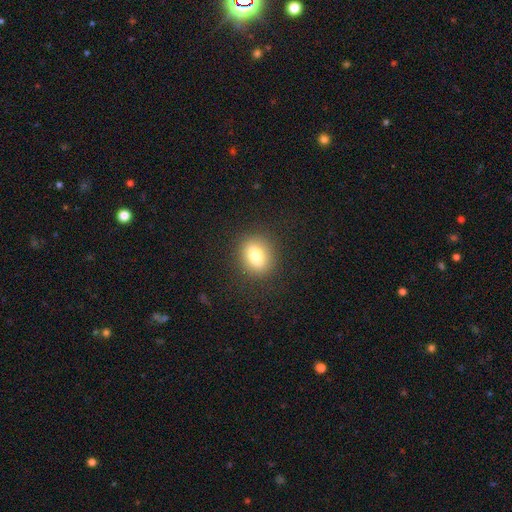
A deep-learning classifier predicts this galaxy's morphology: A smooth galaxy with no disk features (78%) that is in between round and cigar-shaped (50%).

Vote fractions:
- Smooth or featured? smooth: 78% / featured or disk: 12% / star or artifact: 10%
- How rounded? in between: 50% / round: 49% / cigar-shaped: 2%
- Merging? none: 88% / minor disturbance: 8% / major disturbance: 3% / merger: 1%